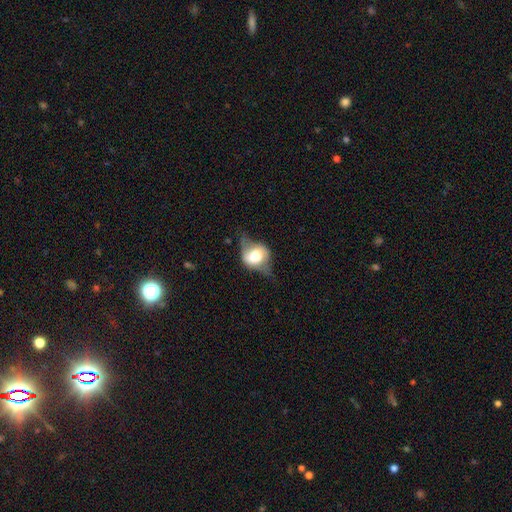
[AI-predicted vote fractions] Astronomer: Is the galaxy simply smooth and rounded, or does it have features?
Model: featured or disk — 49% (runner-up: smooth, 43%).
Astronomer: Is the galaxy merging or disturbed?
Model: none — 39% (runner-up: minor disturbance, 33%).